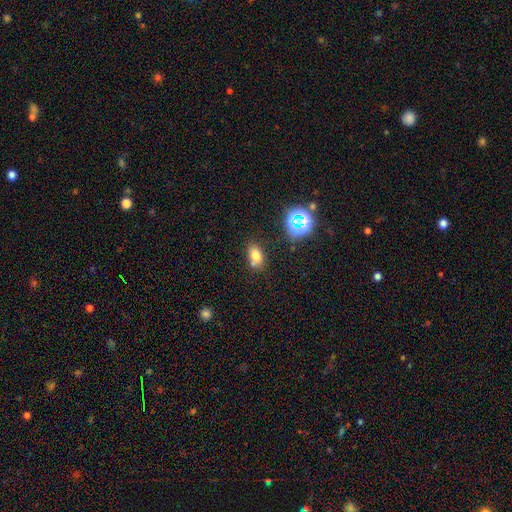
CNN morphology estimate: Smooth or featured: smooth — 73% (star or artifact — 16%)
How rounded: in between — 79% (round — 18%)
Merging: none — 64% (merger — 16%)